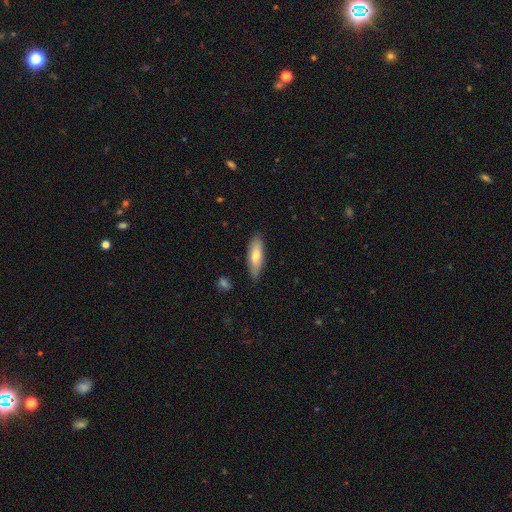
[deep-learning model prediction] The model was most divided on "how rounded": in between: 53%, cigar-shaped: 44%, round: 2%. More confident: merging — none (81%); smooth or featured — smooth (68%).